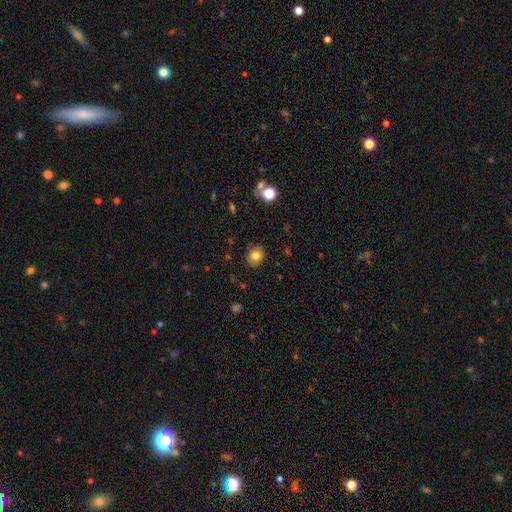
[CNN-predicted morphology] Smooth or featured?
  - smooth: 79% *
  - star or artifact: 12%
  - featured or disk: 9%
How rounded?
  - round: 76% *
  - in between: 23%
  - cigar-shaped: 1%
Merging?
  - none: 84% *
  - minor disturbance: 12%
  - major disturbance: 3%
  - merger: 1%